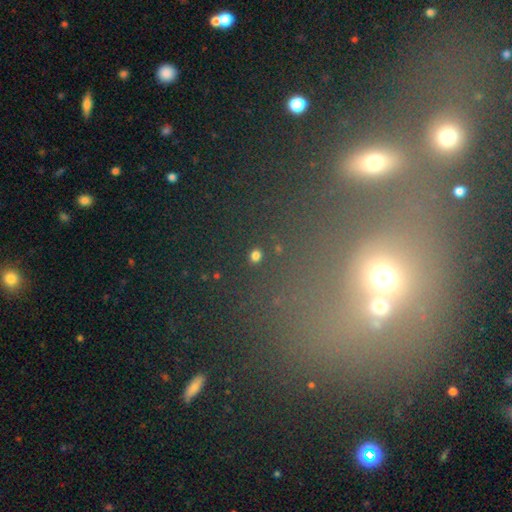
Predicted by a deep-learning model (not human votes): A smooth galaxy with no disk features (74%) that is round (63%).

Vote fractions:
- Smooth or featured? smooth: 74% / star or artifact: 21% / featured or disk: 5%
- How rounded? round: 63% / in between: 35% / cigar-shaped: 2%
- Merging? none: 88% / minor disturbance: 6% / merger: 3% / major disturbance: 3%